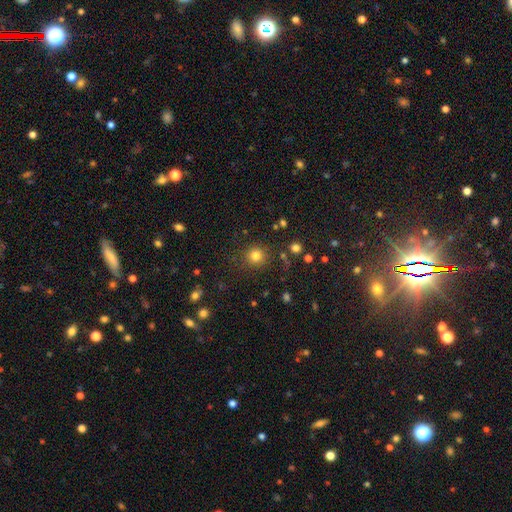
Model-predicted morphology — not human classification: Smooth or featured?
  - smooth: 80% *
  - star or artifact: 14%
  - featured or disk: 6%
How rounded?
  - round: 92% *
  - in between: 7%
  - cigar-shaped: 1%
Merging?
  - none: 86% *
  - minor disturbance: 8%
  - major disturbance: 3%
  - merger: 3%